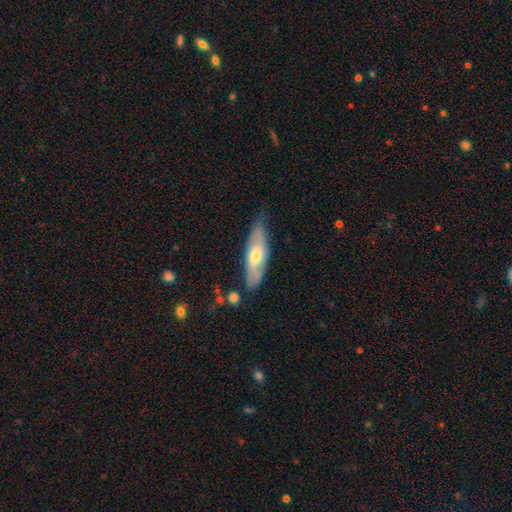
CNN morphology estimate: Q: Smooth or featured?
A: featured or disk (48%); runner-up: smooth (46%)
Q: Merging?
A: none (65%); runner-up: minor disturbance (26%)